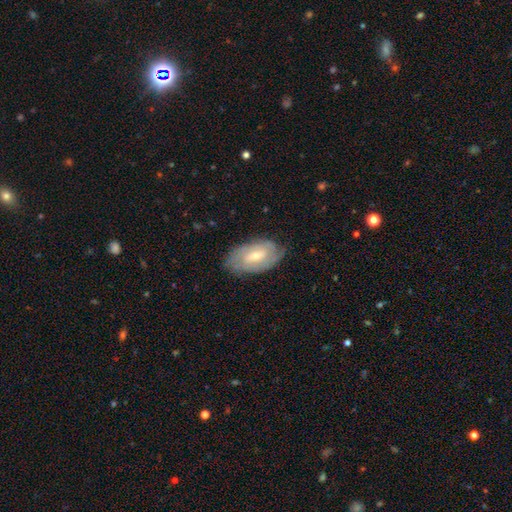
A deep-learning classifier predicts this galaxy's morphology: A featured or disk galaxy (69%) with a weak bar (51%), 2 (41%) tight (63%) spiral arms (85%) and a small central bulge (49%).

Vote fractions:
- Smooth or featured? featured or disk: 69% / smooth: 24% / star or artifact: 7%
- Edge-on disk? no: 93% / yes: 7%
- Bar? weak: 51% / no: 32% / strong: 17%
- Spiral arms? yes: 85% / no: 15%
- Spiral winding? tight: 63% / medium: 29% / loose: 9%
- Spiral arm count? 2: 41% / can't tell: 40% / 3: 9% / 4: 4% / 1: 3% / more than 4: 2%
- Bulge size? small: 49% / moderate: 46% / large: 2% / none: 2% / dominant: 1%
- Merging? none: 77% / minor disturbance: 17% / major disturbance: 4% / merger: 1%